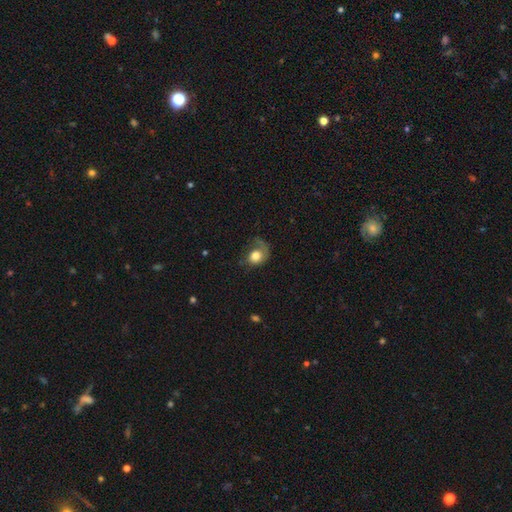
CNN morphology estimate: Q: Smooth or featured?
A: smooth (63%); runner-up: featured or disk (28%)
Q: How rounded?
A: round (58%); runner-up: in between (41%)
Q: Merging?
A: major disturbance (39%); runner-up: none (35%)